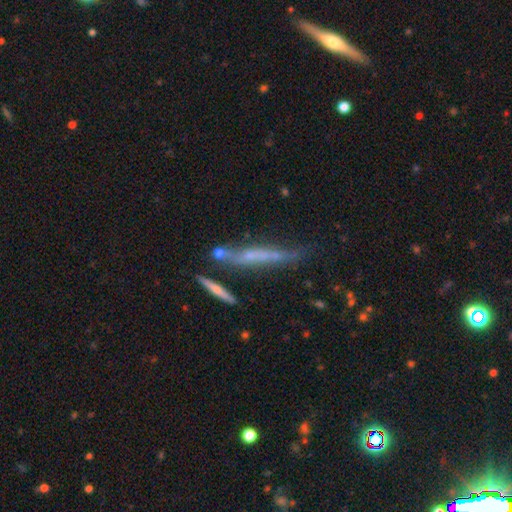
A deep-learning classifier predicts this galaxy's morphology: featured or disk 56%, smooth 33%, star or artifact 10%. Down the decision tree: edge-on disk — yes (89%); edge-on bulge — none (58%); merging — none (60%).